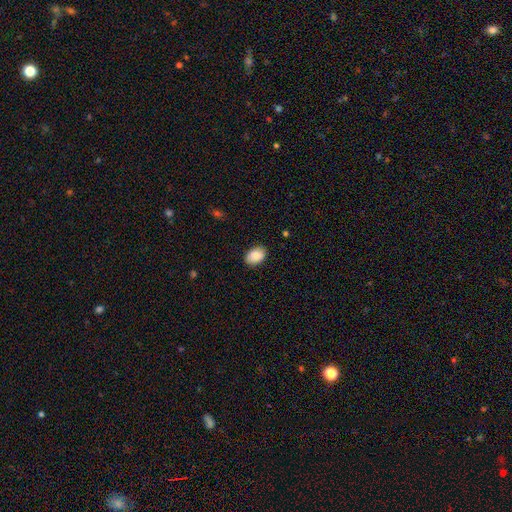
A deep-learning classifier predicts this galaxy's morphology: smooth_or_featured: smooth (p=0.89) [alt: star or artifact p=0.06]
how_rounded: in between (p=0.85) [alt: round p=0.14]
merging: none (p=0.86) [alt: minor disturbance p=0.11]